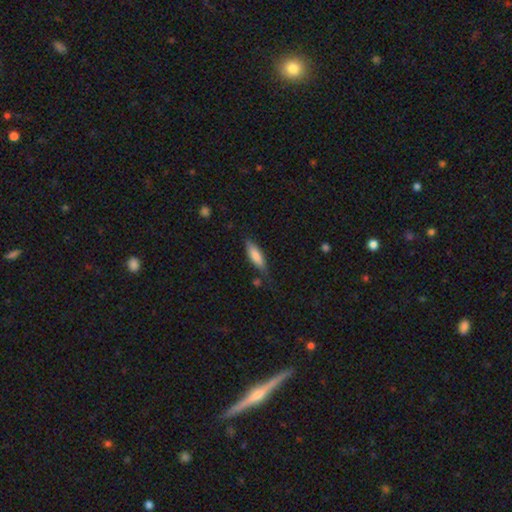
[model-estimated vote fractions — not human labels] The model was most divided on "how rounded": cigar-shaped: 53%, in between: 46%, round: 2%. More confident: smooth or featured — smooth (78%); merging — none (68%).